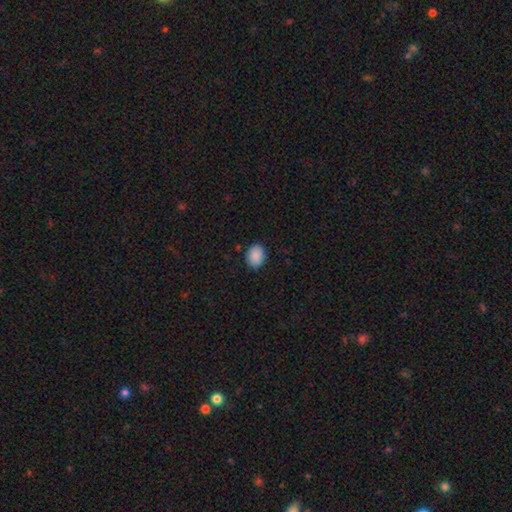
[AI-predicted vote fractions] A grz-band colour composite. It shows a smooth galaxy with no disk features (89%) that is in between round and cigar-shaped (53%). Merging: none (88%).